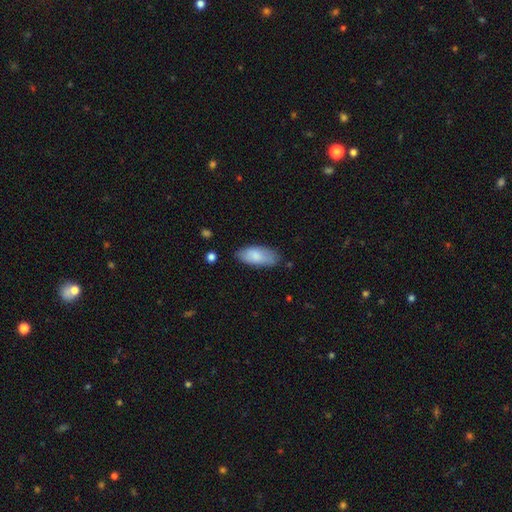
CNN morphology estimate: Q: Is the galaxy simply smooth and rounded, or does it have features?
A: smooth — 83%.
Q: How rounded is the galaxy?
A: in between — 86%.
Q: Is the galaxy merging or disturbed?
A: none — 75%.